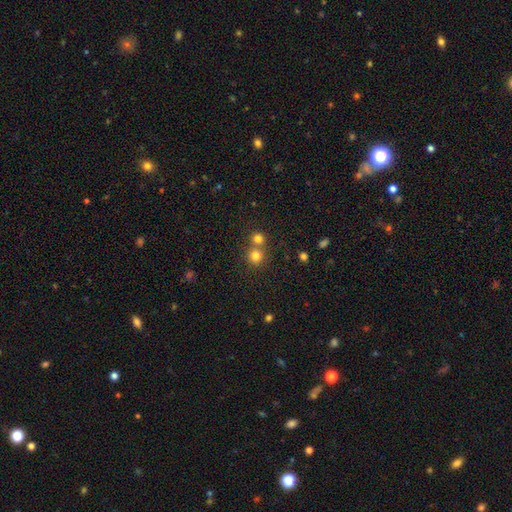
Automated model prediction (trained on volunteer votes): smooth-or-featured: smooth: 77% | star or artifact: 15% | featured or disk: 7%
  how-rounded: round: 90% | in between: 9% | cigar-shaped: 1%
  merging: none: 57% | merger: 35% | minor disturbance: 6% | major disturbance: 2%